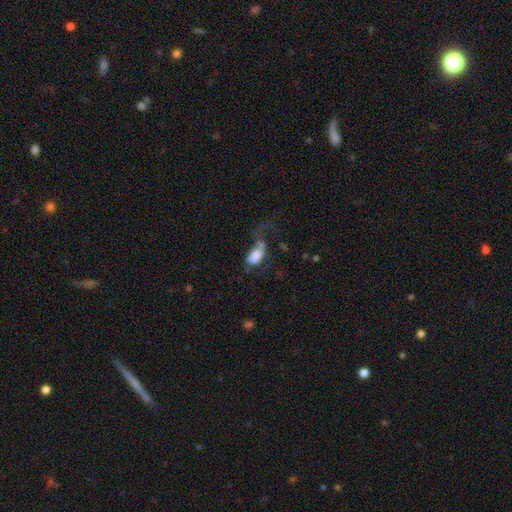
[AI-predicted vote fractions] Morphology: type=smooth (74%); roundness=in between (91%); merging=major disturbance (45%).